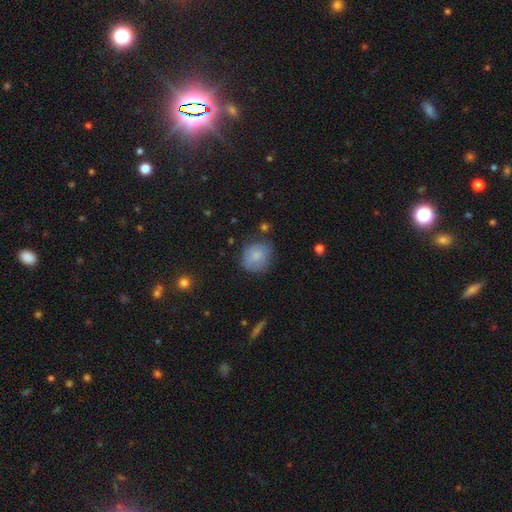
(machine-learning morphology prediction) A smooth galaxy with no disk features (71%) that is round (74%). Merging: none (68%).